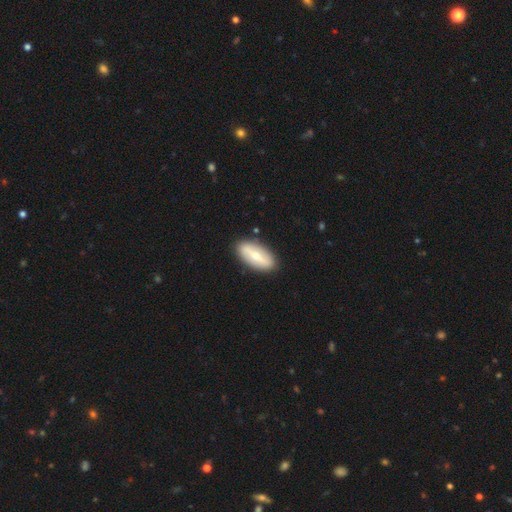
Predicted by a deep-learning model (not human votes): This is possibly a smooth galaxy (49%). Merging: clearly none (88%).